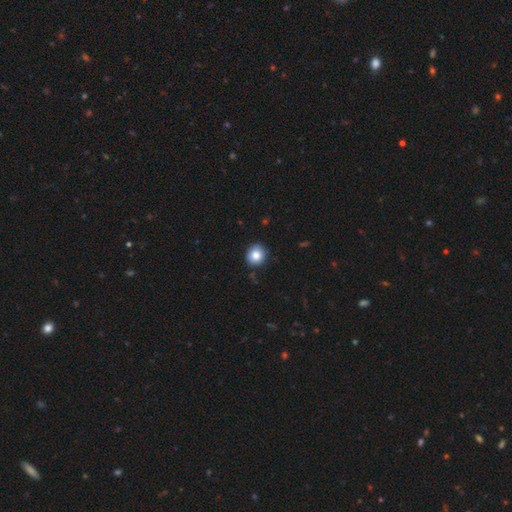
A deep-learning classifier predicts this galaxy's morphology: type=smooth (83%); roundness=round (86%); merging=none (86%).